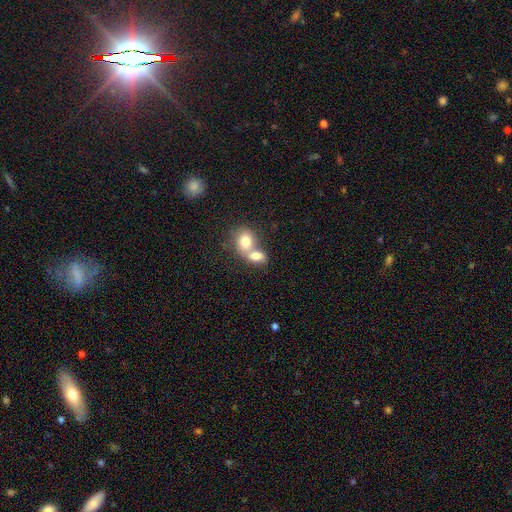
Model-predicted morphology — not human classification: This appears to be a smooth galaxy with no disk features (77%) that is in between round and cigar-shaped (60%). Merging: merger (70%).